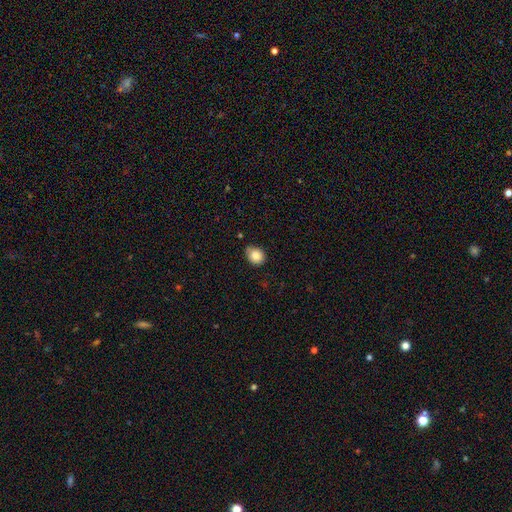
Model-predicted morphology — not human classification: The model was most divided on "how rounded": round: 64%, in between: 35%, cigar-shaped: 1%. More confident: smooth or featured — smooth (85%); merging — none (69%).